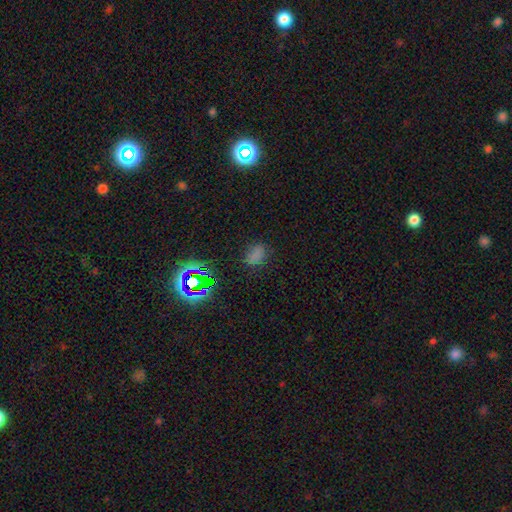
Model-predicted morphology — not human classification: A smooth galaxy with no disk features (64%) that is in between round and cigar-shaped (80%). Merging: none (73%).